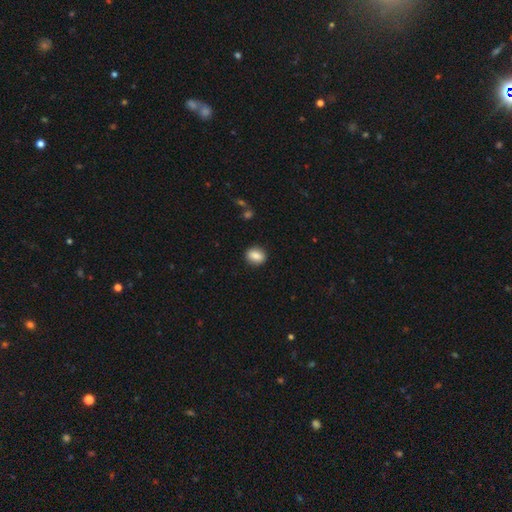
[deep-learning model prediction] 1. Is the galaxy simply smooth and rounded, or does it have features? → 85% smooth, 8% star or artifact, 7% featured or disk.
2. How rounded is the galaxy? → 50% round, 48% in between, 2% cigar-shaped.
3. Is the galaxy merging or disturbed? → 90% none, 7% minor disturbance, 2% major disturbance, 1% merger.